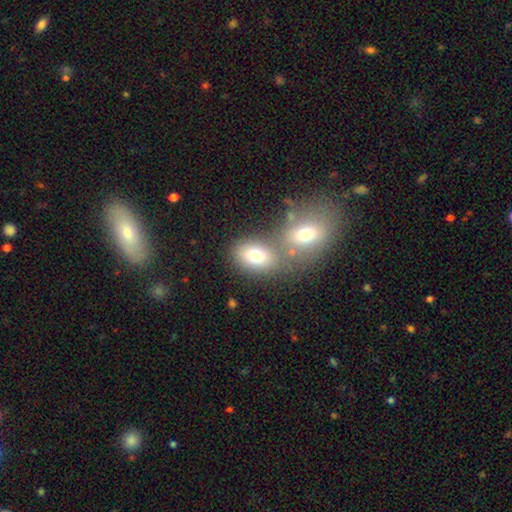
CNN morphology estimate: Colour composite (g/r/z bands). It shows a smooth galaxy with no disk features (76%) that is in between round and cigar-shaped (75%). Merging: none (53%).